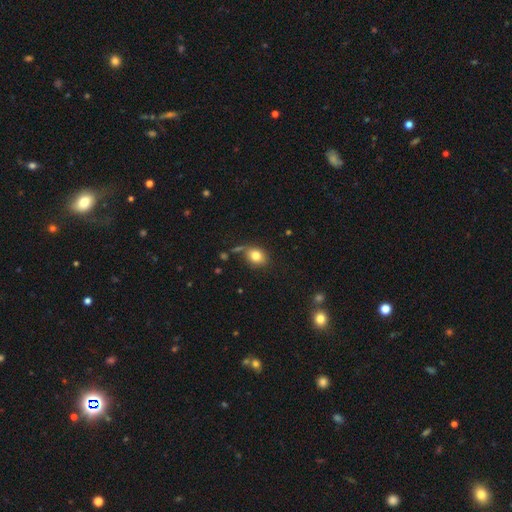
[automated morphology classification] Overall: smooth (81%). How rounded: in between (50%; round 49%). Merging: none (67%).